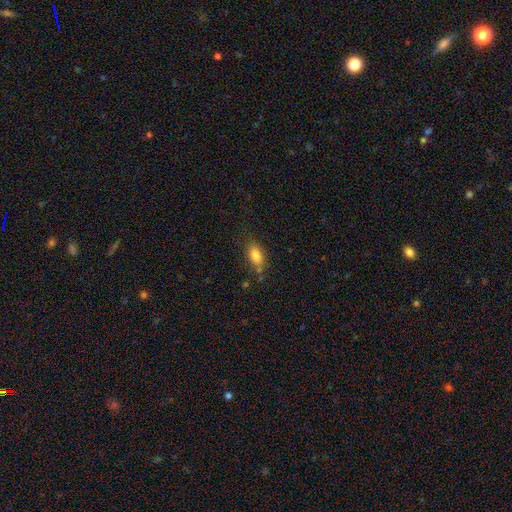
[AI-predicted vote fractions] This appears to be a smooth galaxy with no disk features (80%) that is in between round and cigar-shaped (85%). Merging: none (66%).